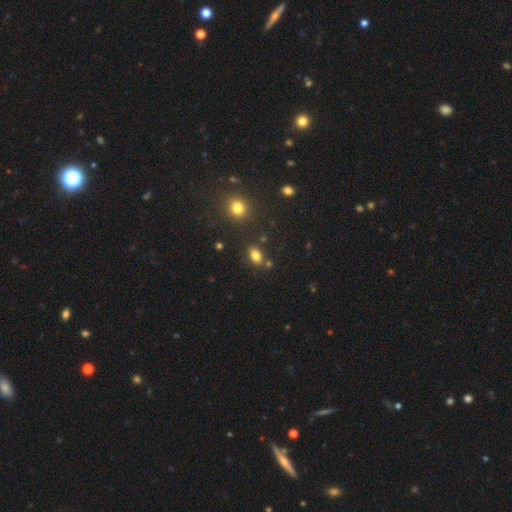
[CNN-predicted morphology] This appears to be a smooth galaxy with no disk features (81%) that is in between round and cigar-shaped (81%). Merging: none (76%).